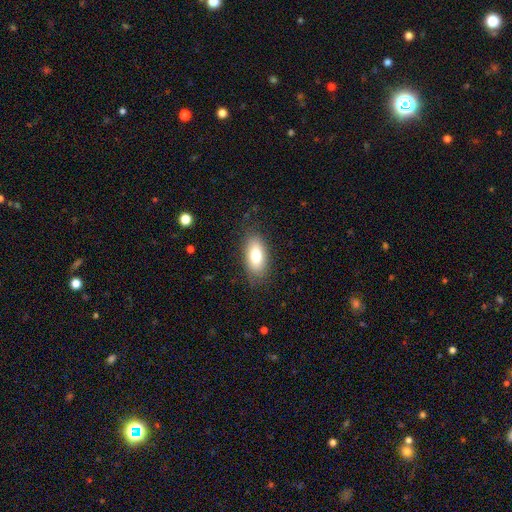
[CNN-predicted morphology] type=smooth (77%); roundness=in between (89%); merging=none (83%).